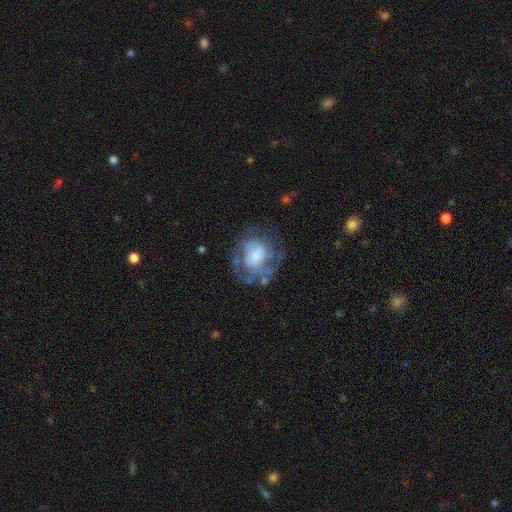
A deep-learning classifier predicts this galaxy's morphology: This appears to be a featured or disk galaxy (66%) with no bar (72%), spiral arms (72%) and a large central bulge (29%). Merging: none (53%).